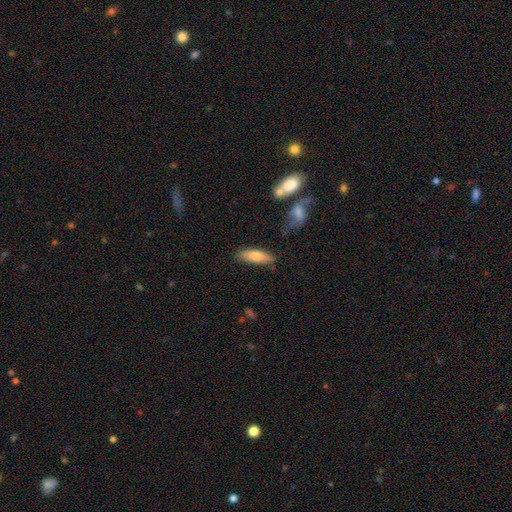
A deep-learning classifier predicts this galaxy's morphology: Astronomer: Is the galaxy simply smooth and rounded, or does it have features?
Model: smooth — 73%.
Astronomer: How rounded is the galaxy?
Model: in between — 50% (runner-up: cigar-shaped, 48%).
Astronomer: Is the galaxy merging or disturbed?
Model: none — 78%.